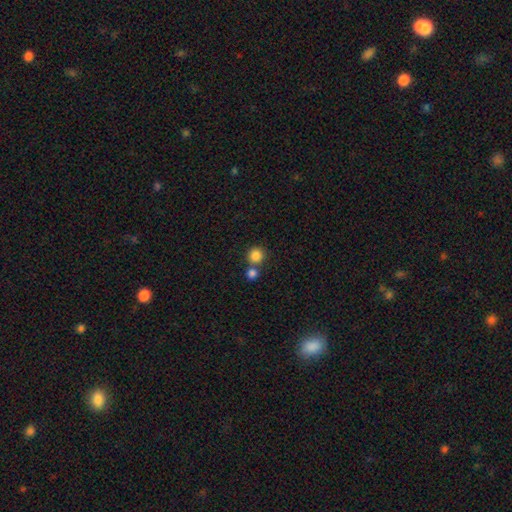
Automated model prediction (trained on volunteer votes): This is clearly a smooth galaxy (84%). How rounded: clearly round (92%). Merging: possibly none (60%).